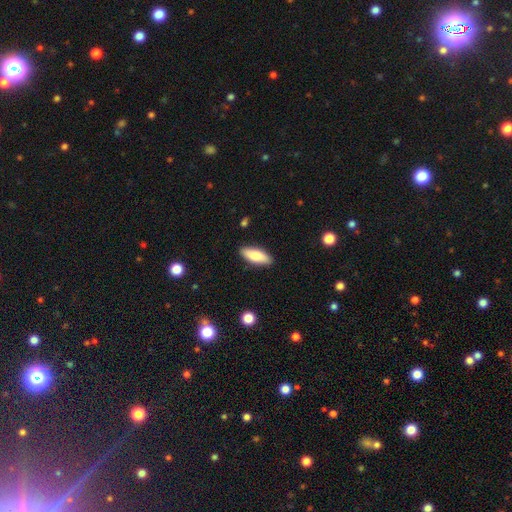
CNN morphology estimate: smooth_or_featured: smooth (p=0.80) [alt: featured or disk p=0.14]
how_rounded: in between (p=0.70) [alt: cigar-shaped p=0.28]
merging: none (p=0.89) [alt: minor disturbance p=0.08]